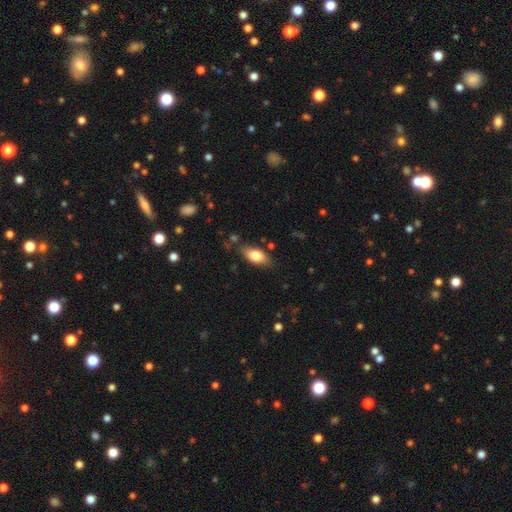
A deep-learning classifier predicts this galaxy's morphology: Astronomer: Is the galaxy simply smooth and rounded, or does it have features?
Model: smooth — 77%.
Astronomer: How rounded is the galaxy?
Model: in between — 87%.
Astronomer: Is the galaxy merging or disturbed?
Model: none — 77%.